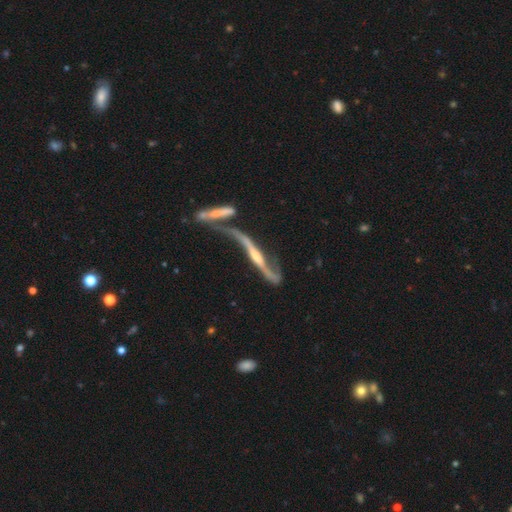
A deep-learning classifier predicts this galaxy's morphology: type=featured or disk (84%); edge-on=yes (69%); edge-on bulge=rounded (79%); merging=merger (37%).